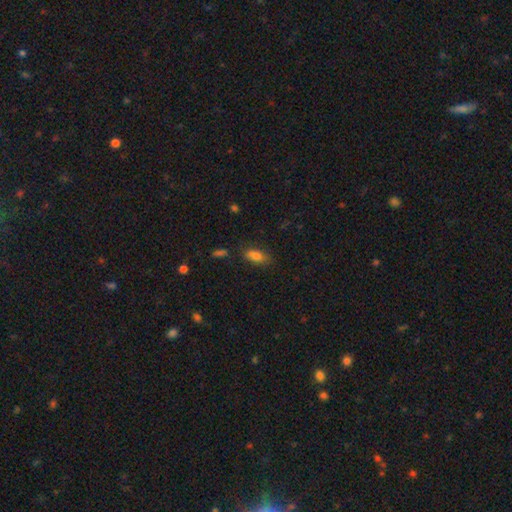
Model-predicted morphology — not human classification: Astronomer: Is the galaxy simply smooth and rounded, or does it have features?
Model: smooth — 80%.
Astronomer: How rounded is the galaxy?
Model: in between — 81%.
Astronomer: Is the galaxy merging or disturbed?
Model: none — 71%.